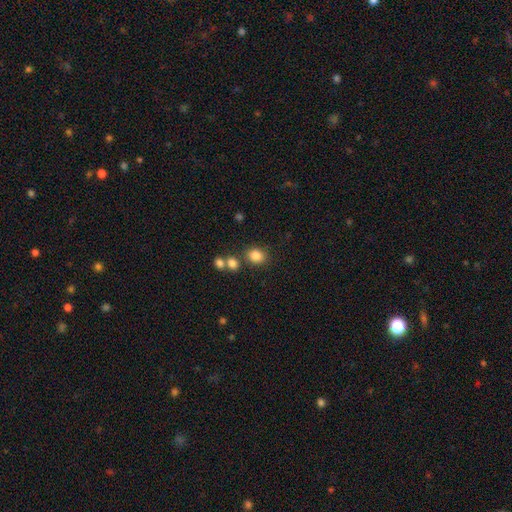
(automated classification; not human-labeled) Overall: smooth (84%). How rounded: round (63%; in between 36%). Merging: none (71%).